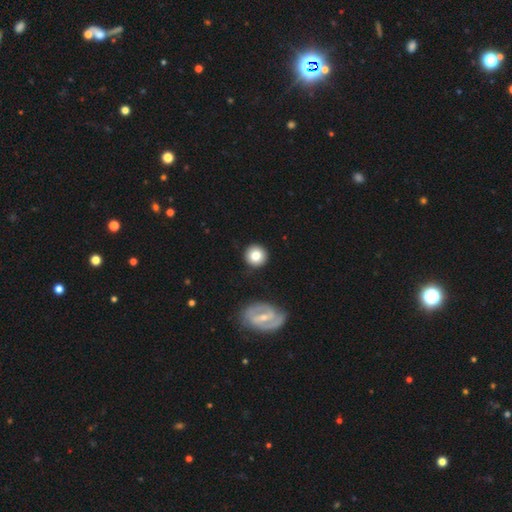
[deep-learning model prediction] A smooth galaxy with no disk features (77%) that is round (94%). Merging: none (87%).